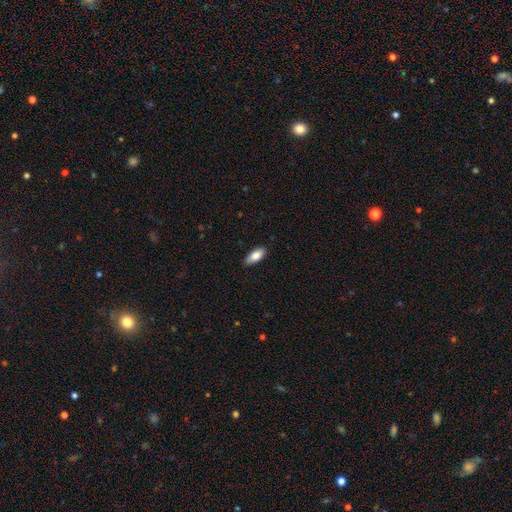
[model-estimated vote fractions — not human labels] smooth_or_featured: smooth (p=0.82) [alt: featured or disk p=0.12]
how_rounded: in between (p=0.85) [alt: cigar-shaped p=0.12]
merging: none (p=0.85) [alt: minor disturbance p=0.12]